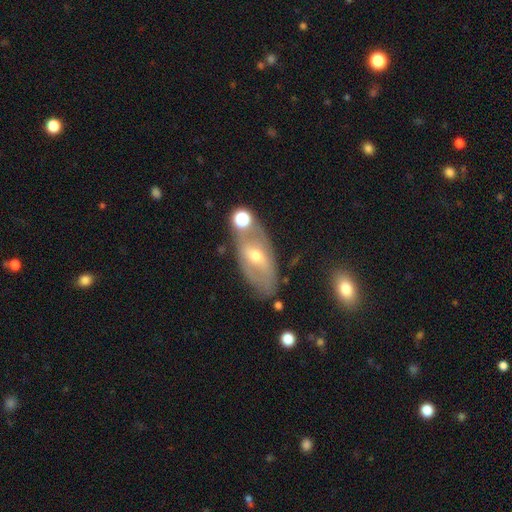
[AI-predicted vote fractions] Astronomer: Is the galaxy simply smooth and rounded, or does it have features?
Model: featured or disk — 63%.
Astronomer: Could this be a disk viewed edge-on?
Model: no — 84%.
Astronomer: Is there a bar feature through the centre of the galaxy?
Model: weak — 39%, tied with no at 39%.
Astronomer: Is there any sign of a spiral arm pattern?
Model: yes — 50%, tied with no at 50%.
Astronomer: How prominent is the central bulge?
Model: moderate — 53% (runner-up: small, 43%).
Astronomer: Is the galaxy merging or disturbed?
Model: none — 64%.